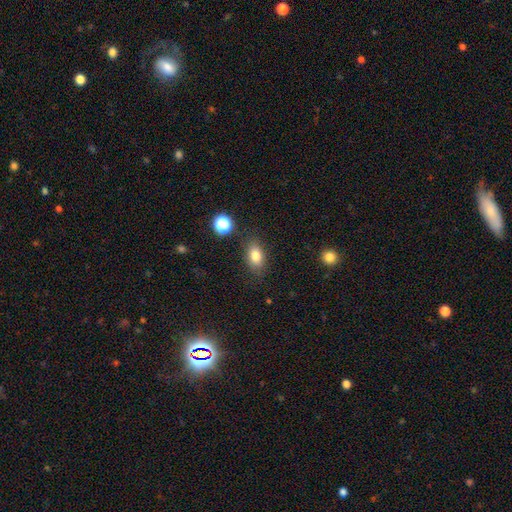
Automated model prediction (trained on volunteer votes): The model was most divided on "merging": none: 82%, minor disturbance: 12%, major disturbance: 4%, merger: 2%. More confident: how rounded — in between (84%); smooth or featured — smooth (80%).